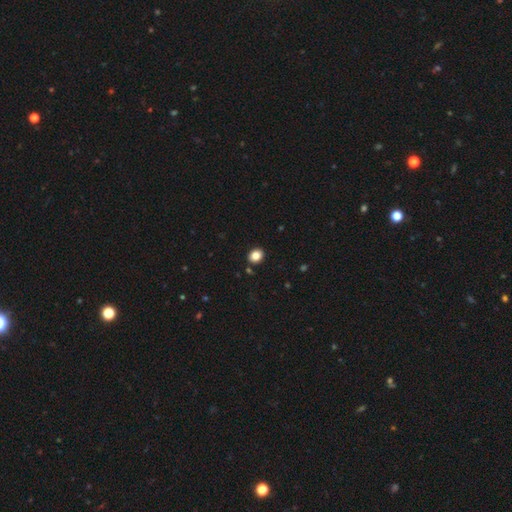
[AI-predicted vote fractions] Smooth or featured?
  - smooth: 85% *
  - star or artifact: 10%
  - featured or disk: 5%
How rounded?
  - round: 60% *
  - in between: 39%
  - cigar-shaped: 1%
Merging?
  - none: 90% *
  - minor disturbance: 6%
  - merger: 2%
  - major disturbance: 2%